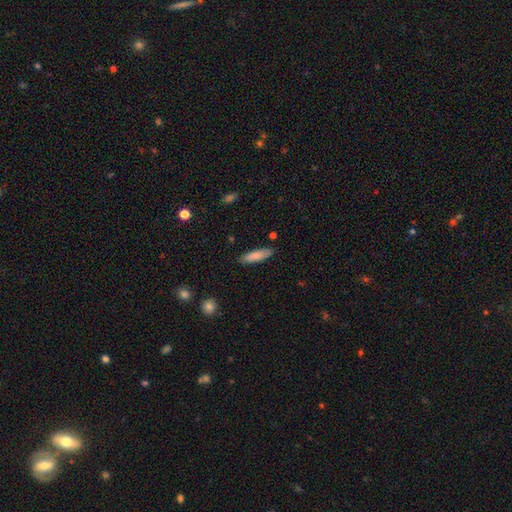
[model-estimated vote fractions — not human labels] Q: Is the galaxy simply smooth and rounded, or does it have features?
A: smooth — 83%.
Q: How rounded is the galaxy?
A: cigar-shaped — 66%.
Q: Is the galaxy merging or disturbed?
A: none — 86%.